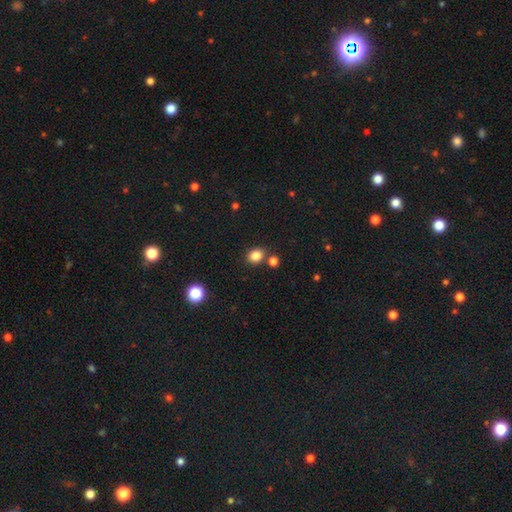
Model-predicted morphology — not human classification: type=smooth (83%); roundness=round (58%); merging=none (78%).